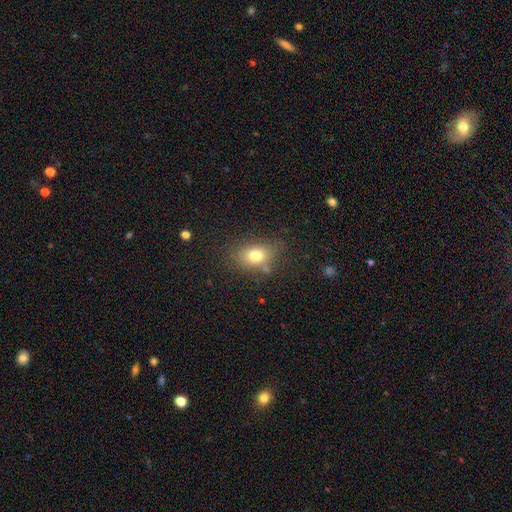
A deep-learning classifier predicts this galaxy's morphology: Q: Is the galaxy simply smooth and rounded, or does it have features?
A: smooth — 76%.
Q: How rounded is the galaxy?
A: in between — 74%.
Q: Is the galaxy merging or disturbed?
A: none — 73%.